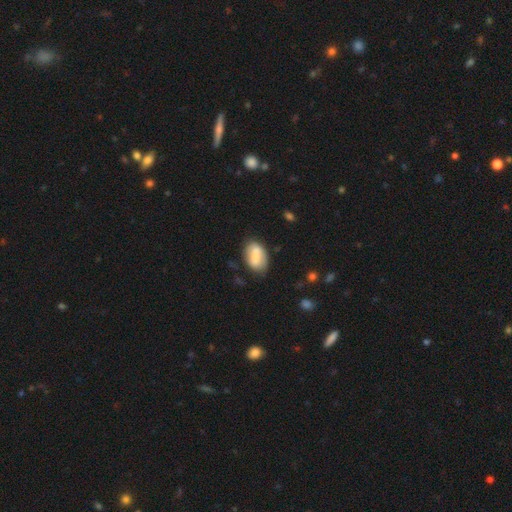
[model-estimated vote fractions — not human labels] The model was most divided on "smooth or featured": smooth: 56%, featured or disk: 37%, star or artifact: 7%. More confident: how rounded — in between (90%); merging — none (73%).